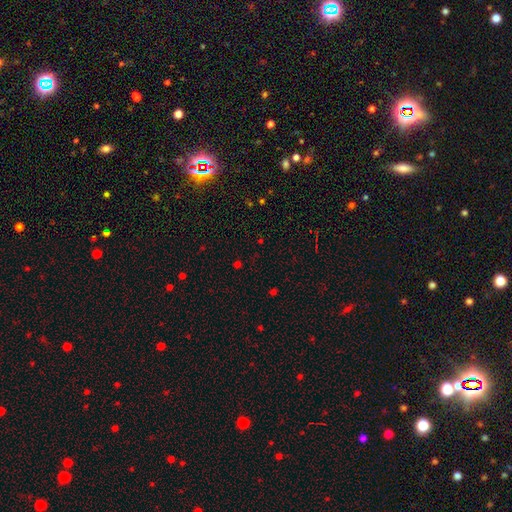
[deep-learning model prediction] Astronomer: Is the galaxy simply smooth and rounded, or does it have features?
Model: star or artifact — 60%.